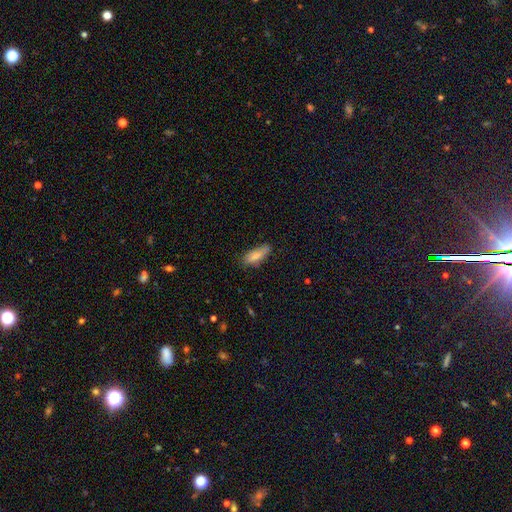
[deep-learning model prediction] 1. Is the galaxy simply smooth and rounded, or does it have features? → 78% smooth, 15% featured or disk, 7% star or artifact.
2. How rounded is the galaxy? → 59% in between, 39% cigar-shaped, 2% round.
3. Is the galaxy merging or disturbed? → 64% none, 28% minor disturbance, 6% major disturbance, 2% merger.